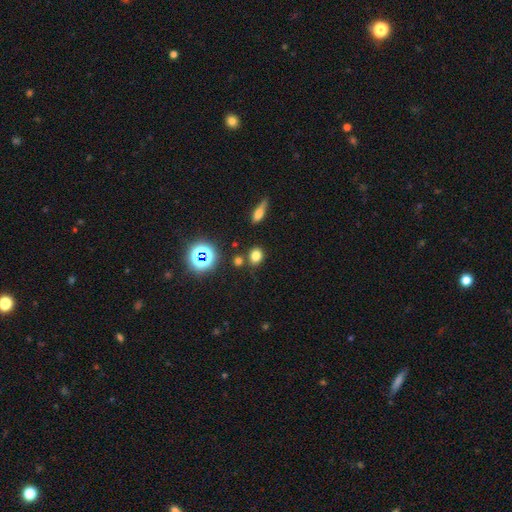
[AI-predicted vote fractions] A smooth galaxy with no disk features (74%) that is round (62%).

Vote fractions:
- Smooth or featured? smooth: 74% / star or artifact: 19% / featured or disk: 7%
- How rounded? round: 62% / in between: 36% / cigar-shaped: 2%
- Merging? none: 76% / minor disturbance: 11% / merger: 9% / major disturbance: 4%